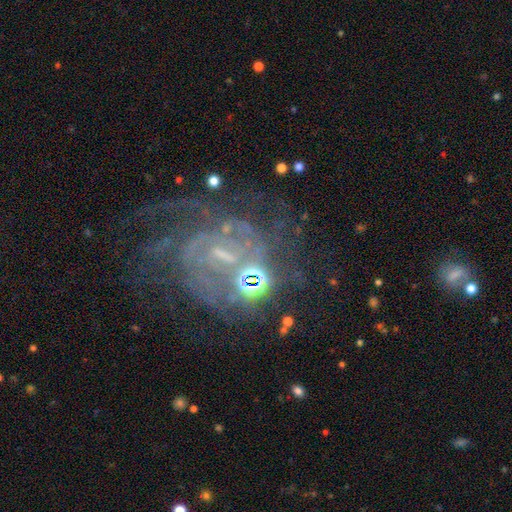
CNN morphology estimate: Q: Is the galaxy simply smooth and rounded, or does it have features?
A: featured or disk — 75%.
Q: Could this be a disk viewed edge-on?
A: no — 97%.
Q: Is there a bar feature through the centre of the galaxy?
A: no — 47%.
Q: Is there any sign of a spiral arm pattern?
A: yes — 78%.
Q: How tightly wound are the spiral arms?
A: tight — 46%.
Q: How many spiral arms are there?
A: can't tell — 44%.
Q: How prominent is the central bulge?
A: small — 50%.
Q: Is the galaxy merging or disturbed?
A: none — 45%.